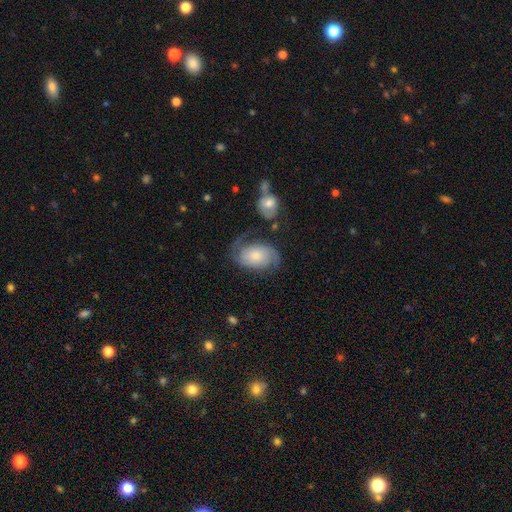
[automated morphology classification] featured or disk 73%, smooth 21%, star or artifact 6%. Down the decision tree: edge-on disk — no (97%); bar — no (71%); spiral arms — yes (94%); spiral arm count — 2 (84%); spiral winding — medium (44%); bulge size — small (52%); merging — none (59%).